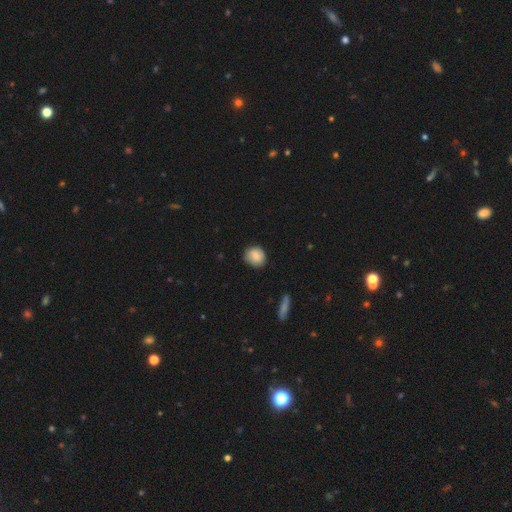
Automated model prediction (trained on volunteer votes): Q: Smooth or featured?
A: smooth (84%); runner-up: featured or disk (8%)
Q: How rounded?
A: round (76%); runner-up: in between (23%)
Q: Merging?
A: none (82%); runner-up: minor disturbance (15%)